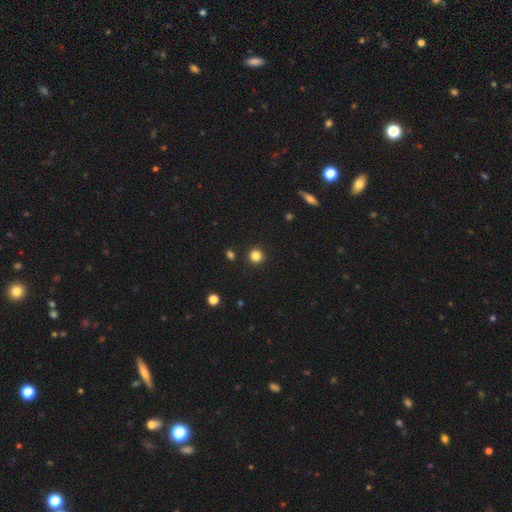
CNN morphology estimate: smooth_or_featured: smooth (p=0.84) [alt: star or artifact p=0.13]
how_rounded: round (p=0.94) [alt: in between p=0.05]
merging: none (p=0.91) [alt: minor disturbance p=0.05]